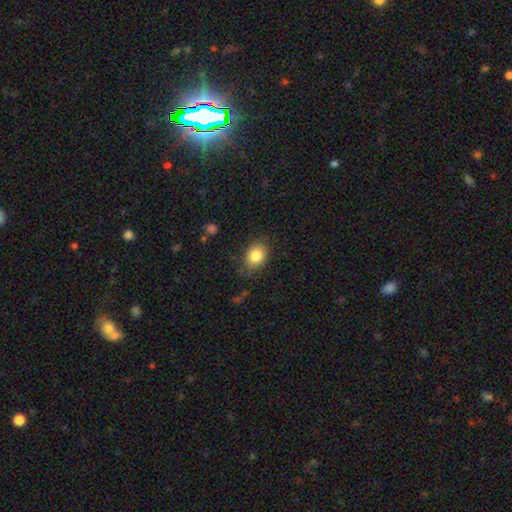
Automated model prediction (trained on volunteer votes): This is clearly a smooth galaxy (84%). How rounded: likely in between (63%). Merging: likely none (79%).